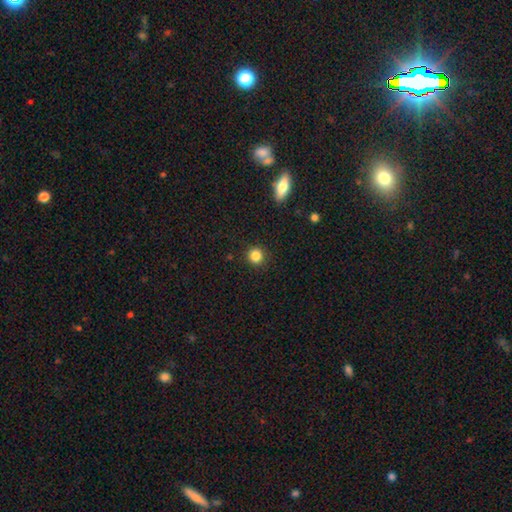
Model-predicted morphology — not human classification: smooth-or-featured: smooth: 85% | star or artifact: 11% | featured or disk: 4%
  how-rounded: round: 93% | in between: 6% | cigar-shaped: 1%
  merging: none: 91% | minor disturbance: 6% | major disturbance: 2% | merger: 1%